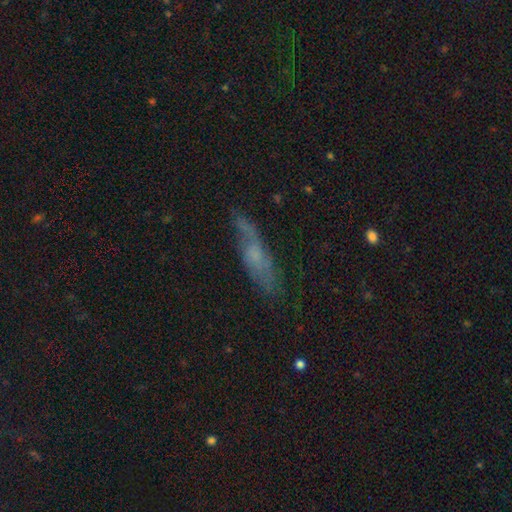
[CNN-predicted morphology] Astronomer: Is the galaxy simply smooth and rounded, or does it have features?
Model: featured or disk — 47% (runner-up: smooth, 43%).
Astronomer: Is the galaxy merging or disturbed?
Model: none — 61%.